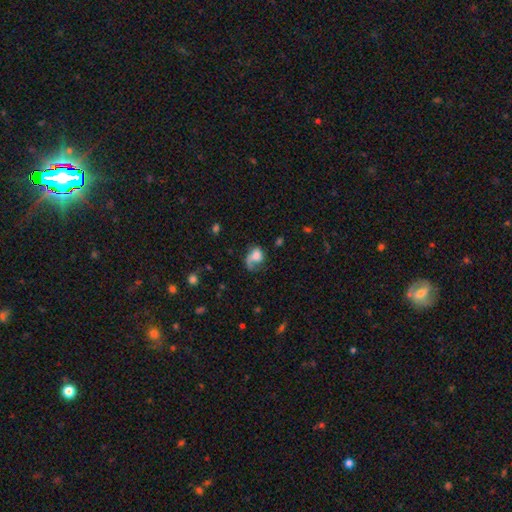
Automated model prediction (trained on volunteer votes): The model was most divided on "merging": major disturbance: 41%, none: 31%, minor disturbance: 23%, merger: 5%. More confident: how rounded — in between (61%); smooth or featured — smooth (52%).